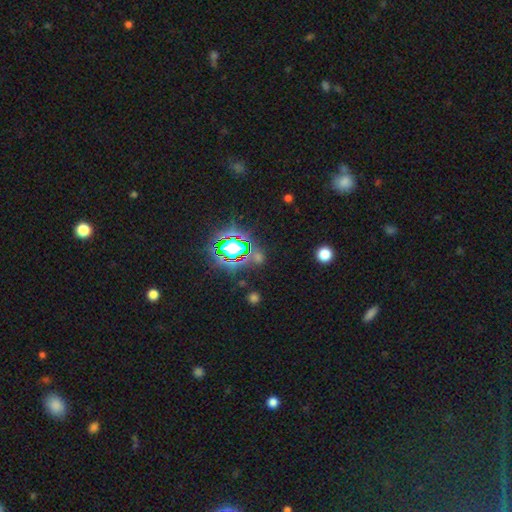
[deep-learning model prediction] Morphology: type=star or artifact (71%).